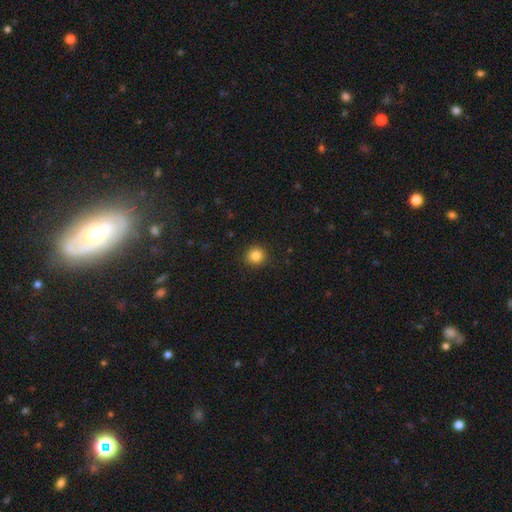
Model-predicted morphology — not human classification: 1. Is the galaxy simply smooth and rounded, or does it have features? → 85% smooth, 11% star or artifact, 4% featured or disk.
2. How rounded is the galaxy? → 93% round, 7% in between, 1% cigar-shaped.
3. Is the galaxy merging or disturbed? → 91% none, 6% minor disturbance, 2% major disturbance, 1% merger.